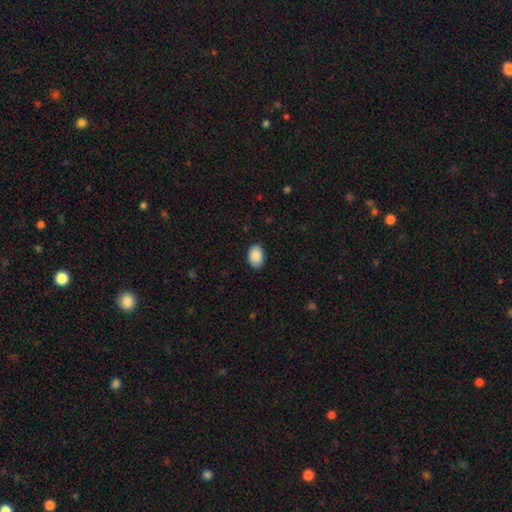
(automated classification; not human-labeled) Smooth or featured? smooth (90%)
How rounded? in between (81%)
Merging? none (86%)